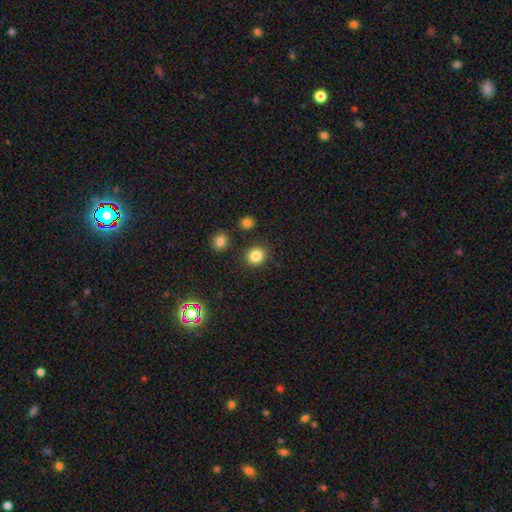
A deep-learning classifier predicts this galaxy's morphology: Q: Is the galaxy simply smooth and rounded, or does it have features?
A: smooth — 84%.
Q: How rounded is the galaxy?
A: round — 73%.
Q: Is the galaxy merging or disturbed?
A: none — 86%.